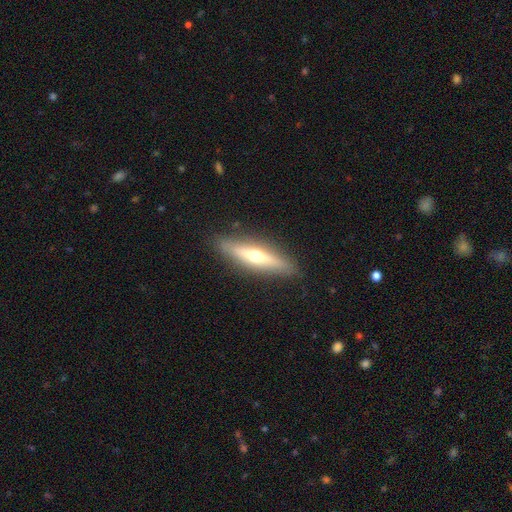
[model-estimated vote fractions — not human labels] Smooth or featured? Predicted: featured or disk (p=0.58). Edge-on disk? Predicted: yes (p=0.88). Edge-on bulge? Predicted: rounded (p=0.92). Merging? Predicted: none (p=0.88).